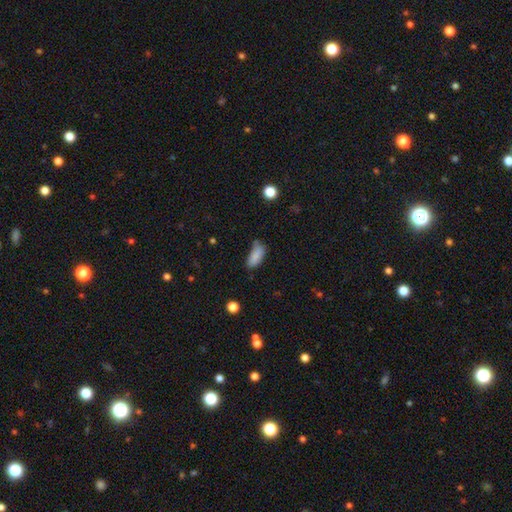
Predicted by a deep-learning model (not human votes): This appears to be a smooth galaxy with no disk features (86%) that is in between round and cigar-shaped (80%). Merging: none (60%).